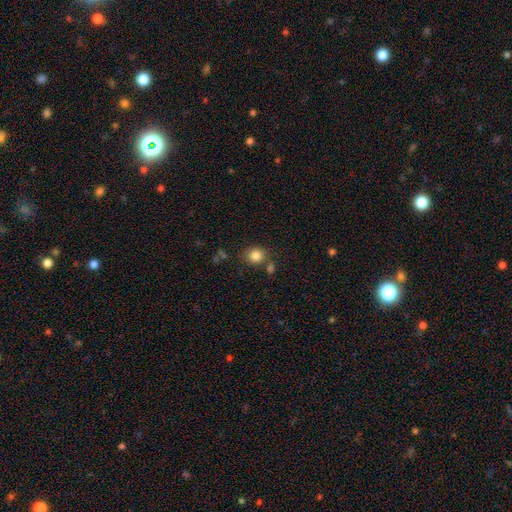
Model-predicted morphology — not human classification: smooth-or-featured: smooth: 84% | star or artifact: 10% | featured or disk: 6%
  how-rounded: round: 75% | in between: 24% | cigar-shaped: 1%
  merging: none: 72% | minor disturbance: 12% | merger: 11% | major disturbance: 4%